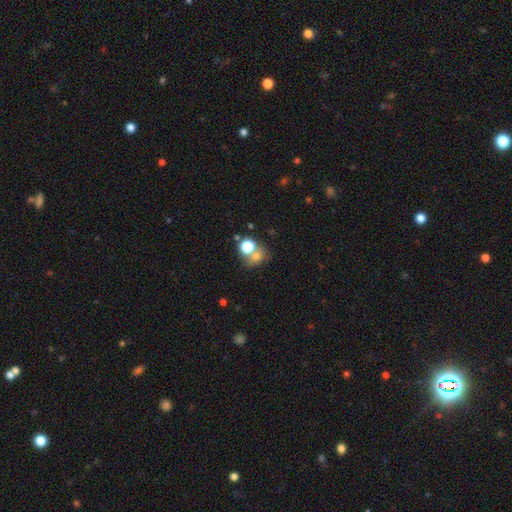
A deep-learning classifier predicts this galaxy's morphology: A smooth galaxy with no disk features (69%) that is round (67%).

Vote fractions:
- Smooth or featured? smooth: 69% / star or artifact: 17% / featured or disk: 14%
- How rounded? round: 67% / in between: 32% / cigar-shaped: 1%
- Merging? merger: 45% / none: 39% / minor disturbance: 10% / major disturbance: 6%